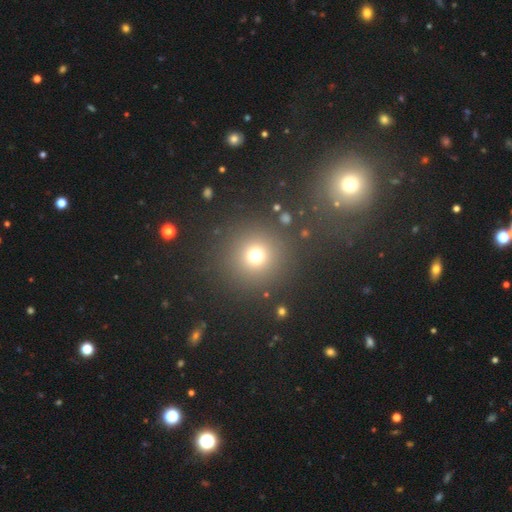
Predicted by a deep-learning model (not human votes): Smooth or featured: smooth — 71% (star or artifact — 22%)
How rounded: round — 94% (in between — 5%)
Merging: none — 86% (minor disturbance — 7%)